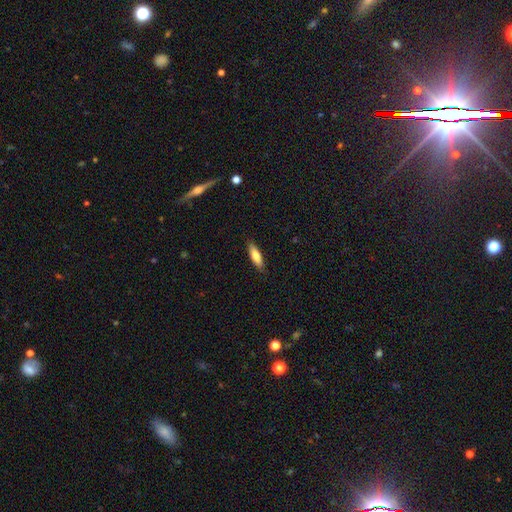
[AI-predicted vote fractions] Morphology: type=smooth (75%); roundness=cigar-shaped (54%); merging=none (88%).